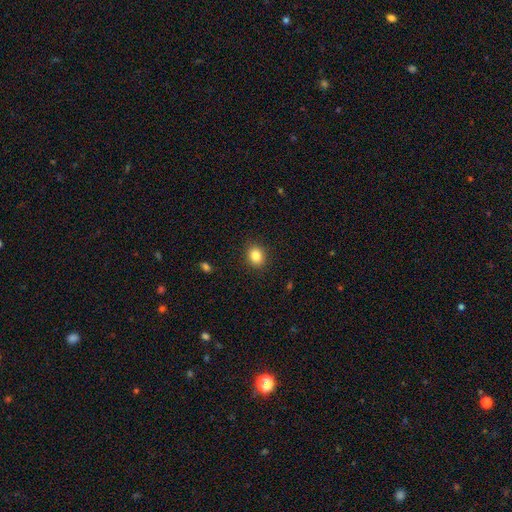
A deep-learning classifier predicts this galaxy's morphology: Smooth or featured? Predicted: smooth (p=0.84). How rounded? Predicted: round (p=0.58). Merging? Predicted: none (p=0.89).